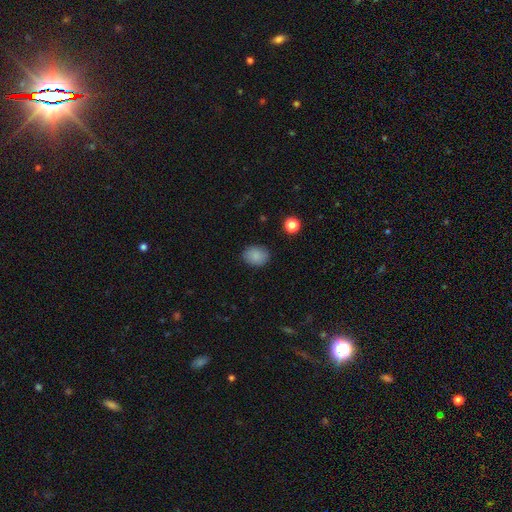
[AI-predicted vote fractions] smooth-or-featured: smooth: 87% | star or artifact: 9% | featured or disk: 5%
  how-rounded: in between: 55% | round: 44% | cigar-shaped: 1%
  merging: none: 86% | minor disturbance: 10% | major disturbance: 3% | merger: 1%